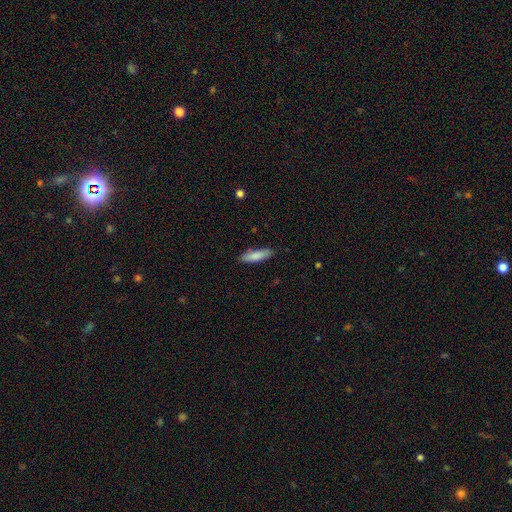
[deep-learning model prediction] Smooth or featured? smooth (86%)
How rounded? cigar-shaped (66%)
Merging? none (87%)